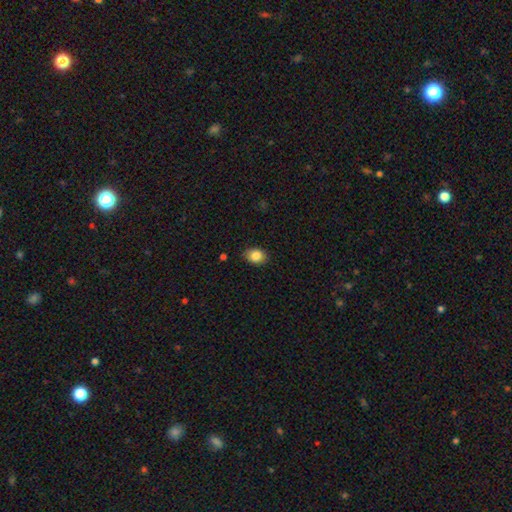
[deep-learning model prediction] Smooth or featured: smooth — 85% (star or artifact — 9%)
How rounded: in between — 61% (round — 38%)
Merging: none — 84% (minor disturbance — 13%)